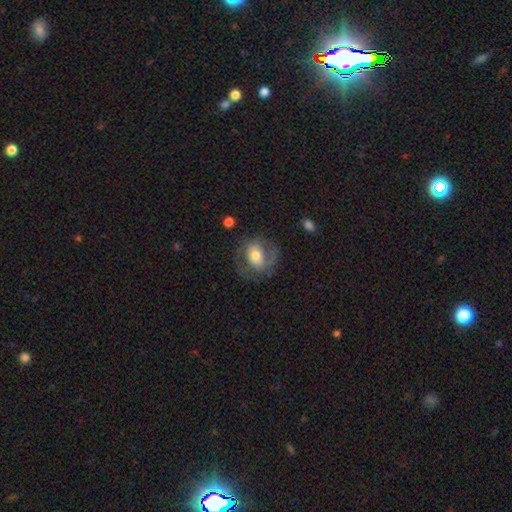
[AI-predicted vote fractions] Overall: featured or disk (56%; smooth 37%). Edge-on disk: no (96%). Bar: no (45%; weak 35%). Spiral arms: yes (68%; no 32%). Bulge size: moderate (62%). Merging: none (61%).